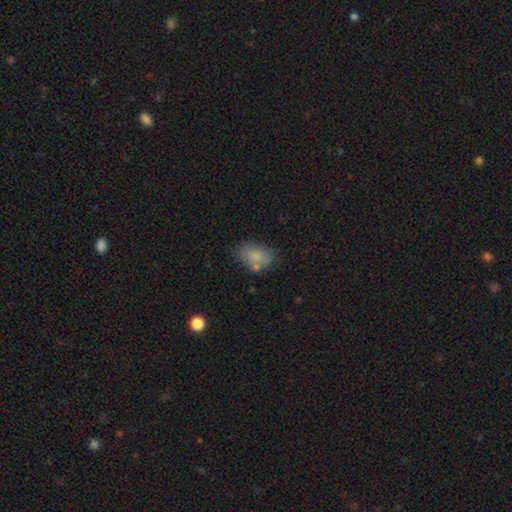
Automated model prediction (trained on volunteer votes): Q: Smooth or featured?
A: smooth (79%); runner-up: featured or disk (12%)
Q: How rounded?
A: in between (83%); runner-up: round (16%)
Q: Merging?
A: none (64%); runner-up: minor disturbance (19%)